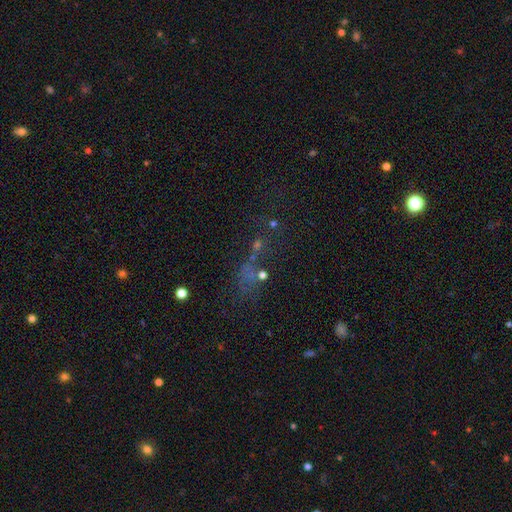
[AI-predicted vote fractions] A star or artifact, not a galaxy (53%).

Vote fractions:
- Smooth or featured? star or artifact: 53% / smooth: 29% / featured or disk: 18%